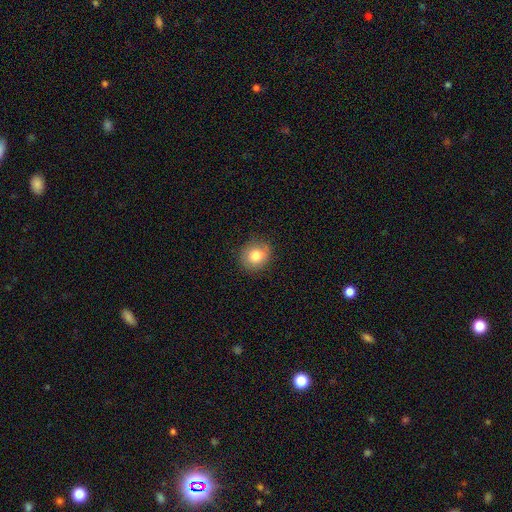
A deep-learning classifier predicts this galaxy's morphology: Smooth or featured: smooth — 80% (featured or disk — 11%)
How rounded: round — 73% (in between — 26%)
Merging: none — 85% (minor disturbance — 12%)